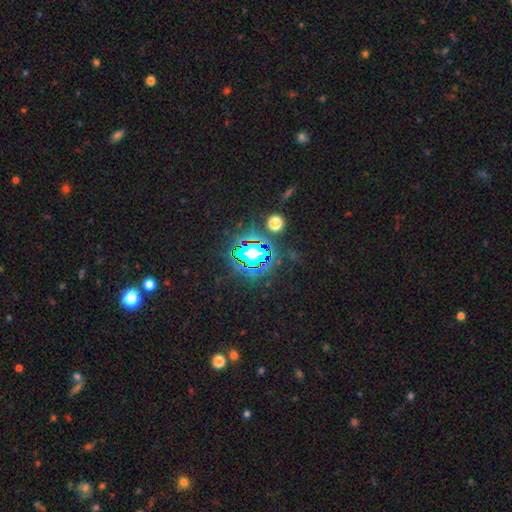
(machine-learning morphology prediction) Smooth or featured? star or artifact (77%)